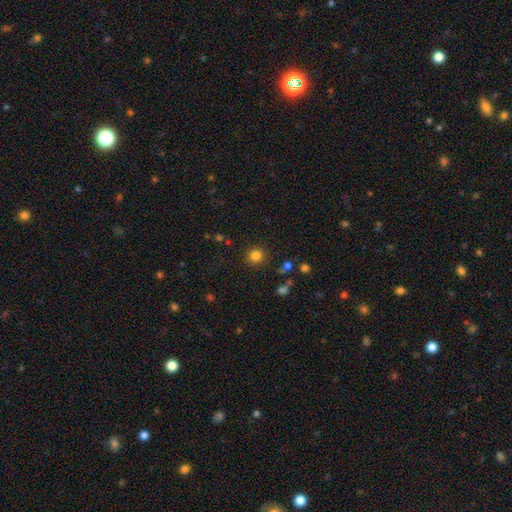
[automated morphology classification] Smooth or featured? Predicted: smooth (p=0.82). How rounded? Predicted: round (p=0.92). Merging? Predicted: none (p=0.88).